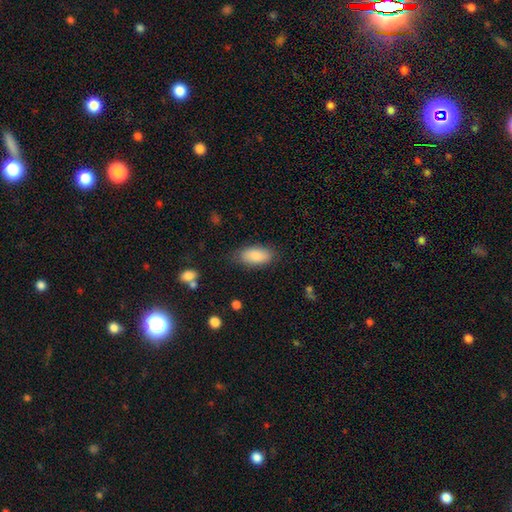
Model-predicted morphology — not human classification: type=smooth (86%); roundness=in between (91%); merging=none (79%).